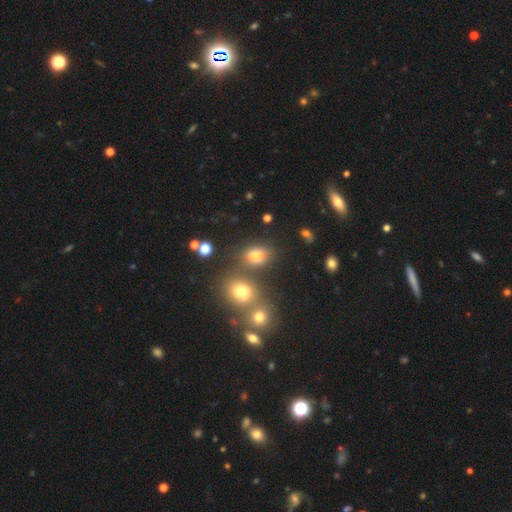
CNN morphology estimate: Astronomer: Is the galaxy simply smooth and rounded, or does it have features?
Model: smooth — 71%.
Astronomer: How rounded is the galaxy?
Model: in between — 58% (runner-up: round, 40%).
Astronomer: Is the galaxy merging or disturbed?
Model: none — 62%.